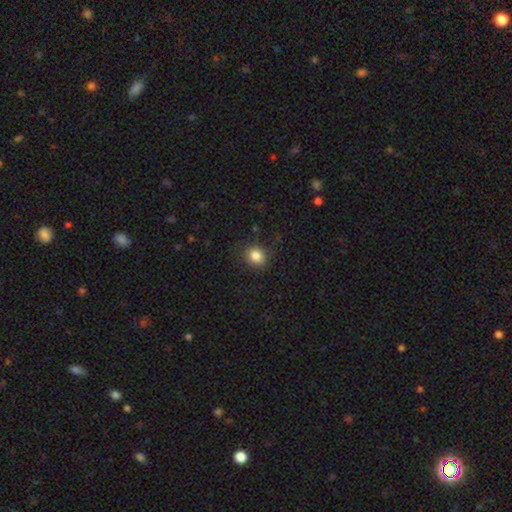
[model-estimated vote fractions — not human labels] Morphology: type=smooth (84%); roundness=round (78%); merging=none (86%).